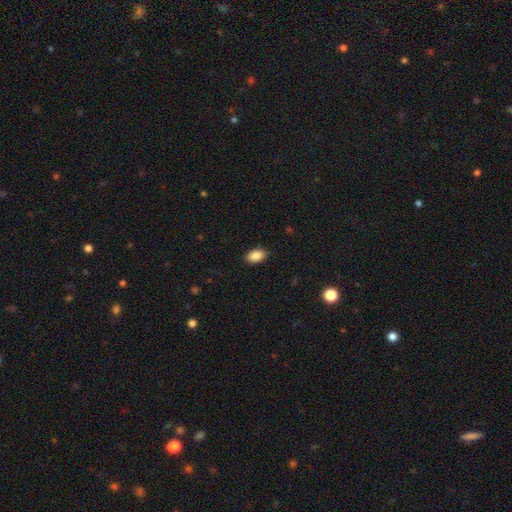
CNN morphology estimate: Smooth or featured? smooth (89%)
How rounded? in between (91%)
Merging? none (88%)